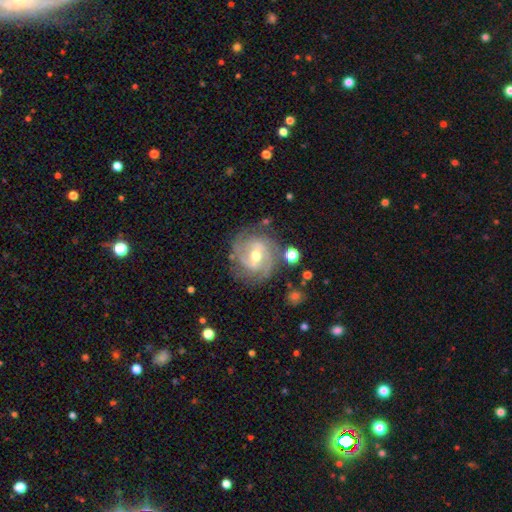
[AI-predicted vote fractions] This appears to be a featured or disk galaxy (86%) with a weak bar (49%), 2 (34%) tight (53%) spiral arms (95%) and a moderate central bulge (63%). Merging: none (76%).